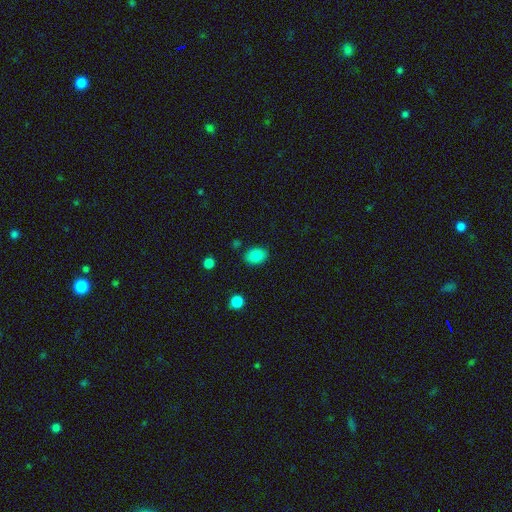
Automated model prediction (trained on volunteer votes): Smooth or featured?
  - smooth: 84% *
  - star or artifact: 9%
  - featured or disk: 7%
How rounded?
  - in between: 70% *
  - round: 29%
  - cigar-shaped: 1%
Merging?
  - none: 85% *
  - minor disturbance: 10%
  - major disturbance: 2%
  - merger: 2%